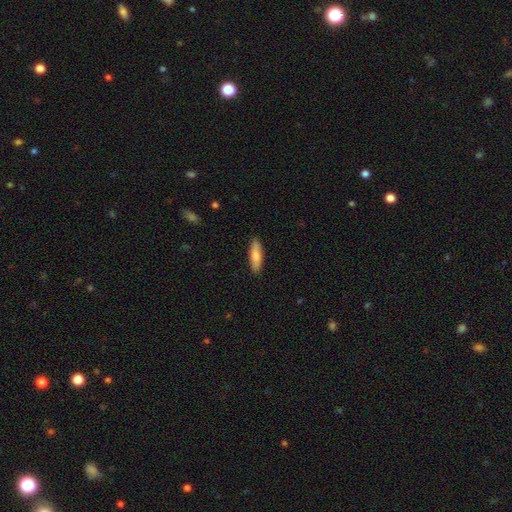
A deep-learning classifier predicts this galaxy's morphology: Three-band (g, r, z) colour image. It shows a smooth galaxy with no disk features (76%) that is cigar-shaped (59%). Merging: none (88%).